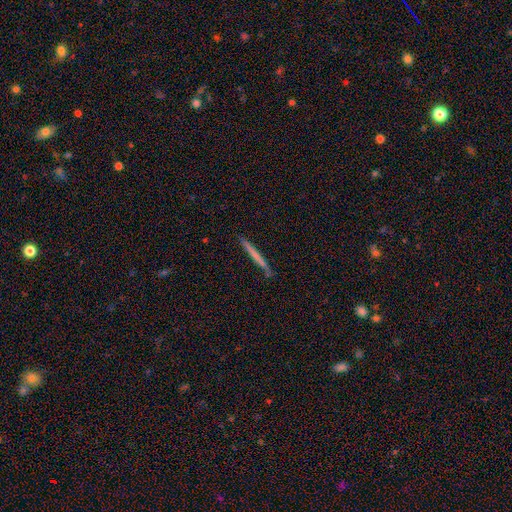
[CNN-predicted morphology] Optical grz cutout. It shows a smooth galaxy with no disk features (61%) that is cigar-shaped (97%). Merging: none (87%).